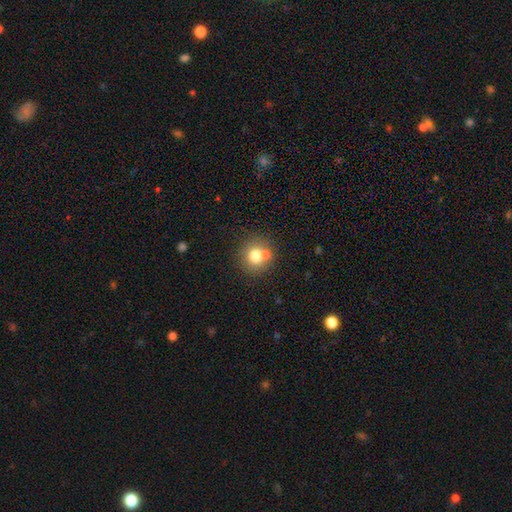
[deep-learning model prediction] This is likely a smooth galaxy (75%). How rounded: clearly round (85%). Merging: possibly none (58%).